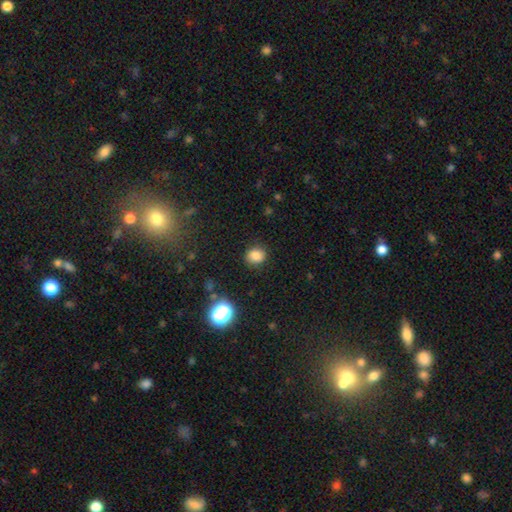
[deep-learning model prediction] smooth 82%, star or artifact 13%, featured or disk 5%. Down the decision tree: how rounded — round (70%); merging — none (85%).